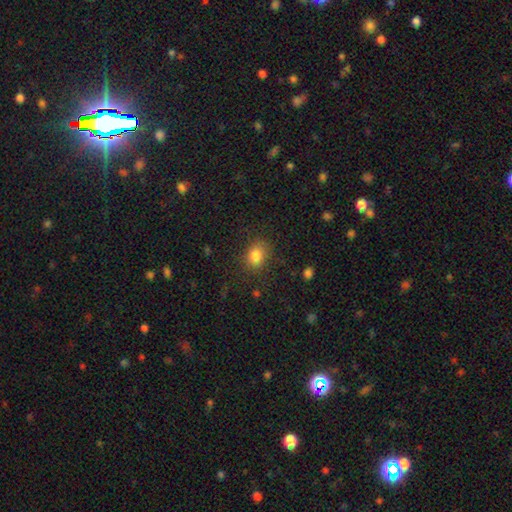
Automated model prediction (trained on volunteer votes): Smooth or featured?
  - smooth: 83% *
  - star or artifact: 11%
  - featured or disk: 6%
How rounded?
  - in between: 54% *
  - round: 45%
  - cigar-shaped: 1%
Merging?
  - none: 80% *
  - minor disturbance: 13%
  - major disturbance: 5%
  - merger: 1%